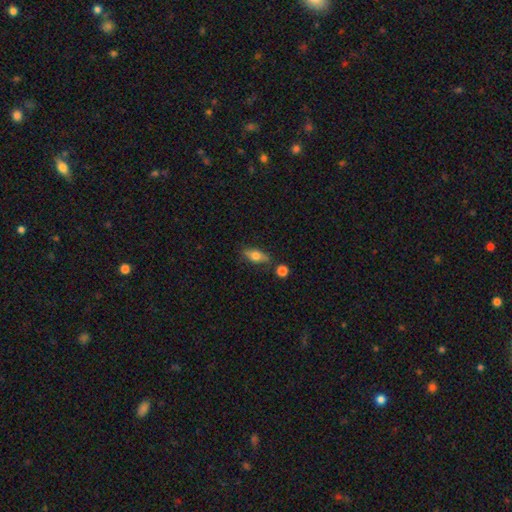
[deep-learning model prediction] A smooth galaxy with no disk features (62%) that is in between round and cigar-shaped (72%). Merging: none (75%).